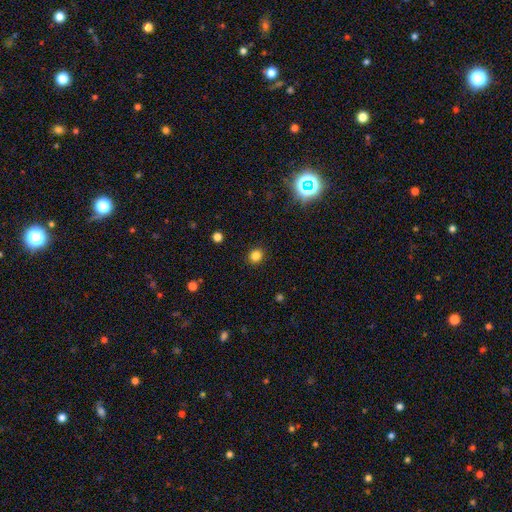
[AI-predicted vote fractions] Q: Smooth or featured?
A: smooth (82%); runner-up: star or artifact (14%)
Q: How rounded?
A: round (84%); runner-up: in between (15%)
Q: Merging?
A: none (91%); runner-up: minor disturbance (6%)